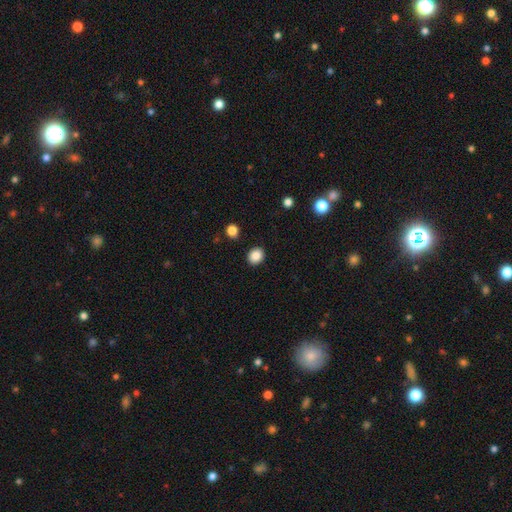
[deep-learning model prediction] smooth 87%, star or artifact 9%, featured or disk 4%. Down the decision tree: how rounded — round (67%); merging — none (91%).